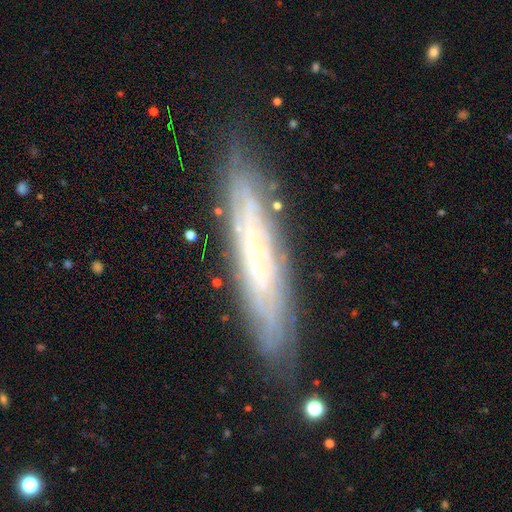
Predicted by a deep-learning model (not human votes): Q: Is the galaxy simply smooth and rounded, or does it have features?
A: featured or disk — 72%.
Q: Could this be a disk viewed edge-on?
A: no — 54%.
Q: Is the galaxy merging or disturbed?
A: none — 80%.